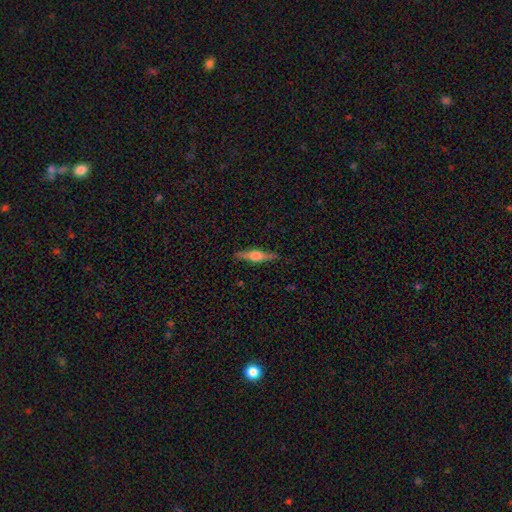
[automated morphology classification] Smooth or featured: featured or disk — 68% (smooth — 26%)
Edge-on disk: yes — 97% (no — 3%)
Edge-on bulge: rounded — 90% (boxy — 8%)
Merging: none — 88% (minor disturbance — 9%)